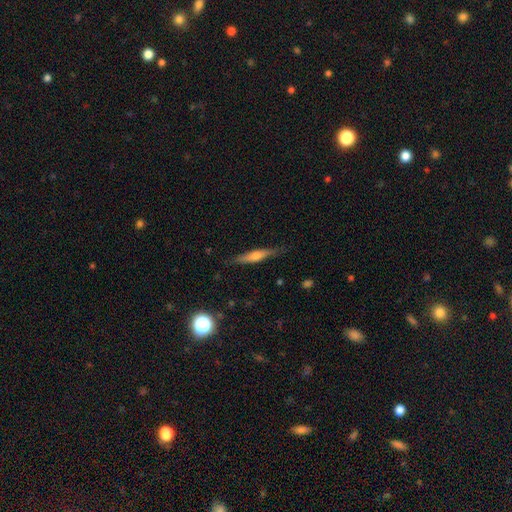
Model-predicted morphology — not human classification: smooth-or-featured: featured or disk: 53% | smooth: 40% | star or artifact: 7%
  disk-edge-on: yes: 94% | no: 6%
  merging: none: 83% | minor disturbance: 14% | major disturbance: 3% | merger: 1%